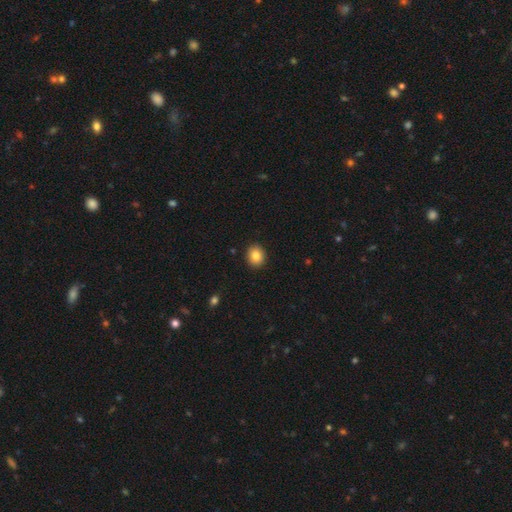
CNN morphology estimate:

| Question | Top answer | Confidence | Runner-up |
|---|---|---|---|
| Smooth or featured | smooth | 85% | star or artifact (9%) |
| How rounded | round | 76% | in between (23%) |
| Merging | none | 91% | minor disturbance (6%) |